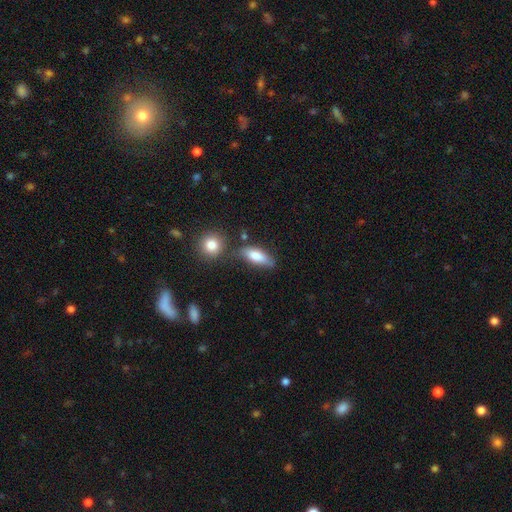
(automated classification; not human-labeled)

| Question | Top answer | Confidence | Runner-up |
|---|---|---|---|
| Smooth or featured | smooth | 79% | featured or disk (13%) |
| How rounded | in between | 72% | cigar-shaped (24%) |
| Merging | none | 61% | minor disturbance (20%) |